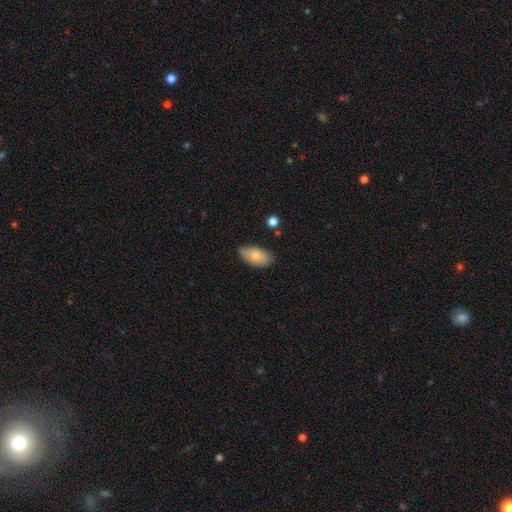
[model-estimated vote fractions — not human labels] Smooth or featured? Predicted: smooth (p=0.79). How rounded? Predicted: in between (p=0.93). Merging? Predicted: none (p=0.73).